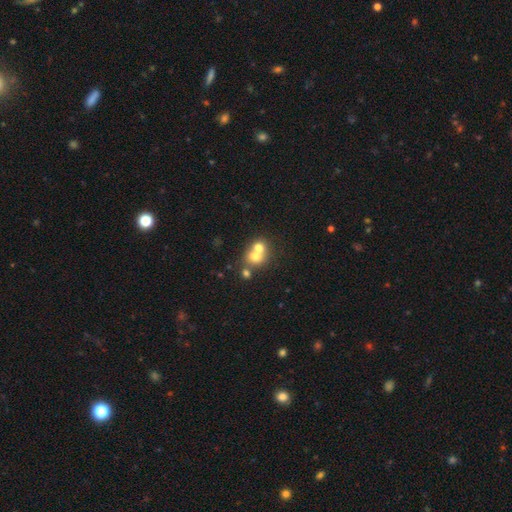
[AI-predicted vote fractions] A smooth galaxy with no disk features (67%) that is round (74%). Merging: merger (66%).